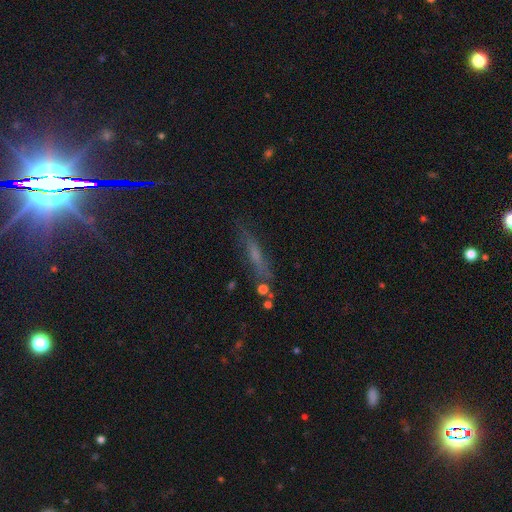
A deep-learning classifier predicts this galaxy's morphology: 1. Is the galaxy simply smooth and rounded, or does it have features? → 40% featured or disk, 38% smooth, 22% star or artifact.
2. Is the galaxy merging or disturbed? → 73% none, 16% minor disturbance, 6% major disturbance, 5% merger.